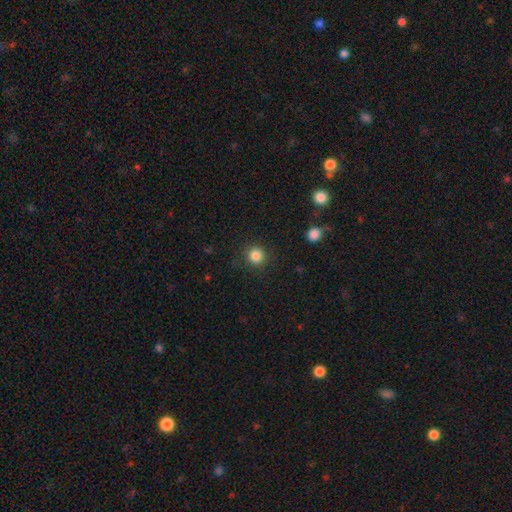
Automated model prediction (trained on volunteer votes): A smooth galaxy with no disk features (85%) that is round (94%). Merging: none (90%).